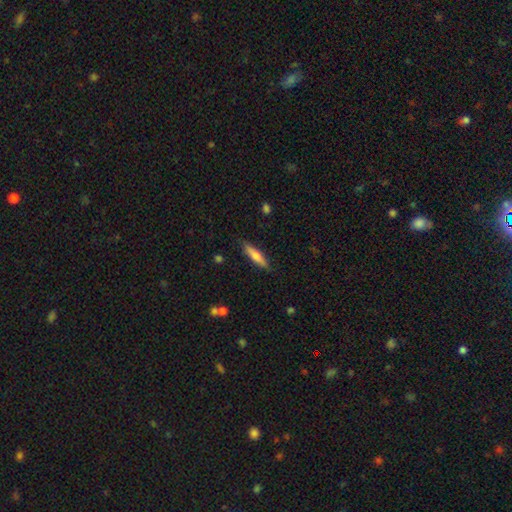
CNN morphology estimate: A smooth galaxy with no disk features (63%) that is cigar-shaped (79%).

Vote fractions:
- Smooth or featured? smooth: 63% / featured or disk: 31% / star or artifact: 6%
- How rounded? cigar-shaped: 79% / in between: 19% / round: 2%
- Merging? none: 86% / minor disturbance: 10% / major disturbance: 2% / merger: 1%